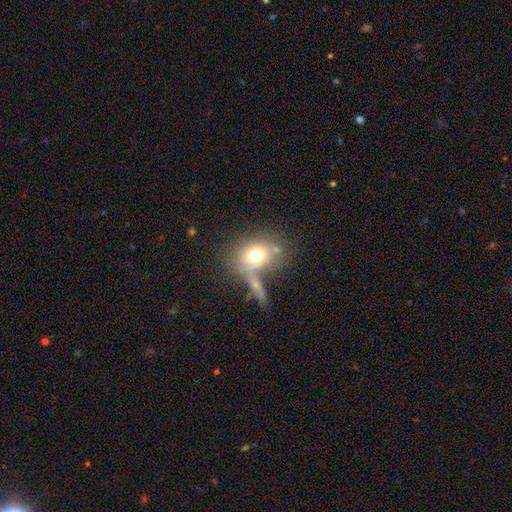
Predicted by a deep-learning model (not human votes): Overall: smooth (69%). How rounded: round (51%; in between 47%). Merging: none (43%; merger 28%).